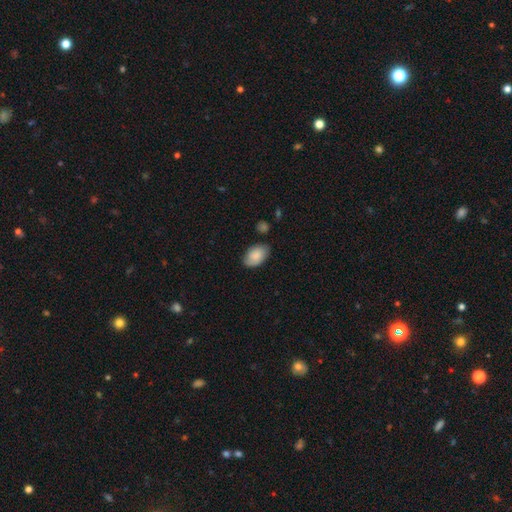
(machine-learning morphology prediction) Overall: smooth (83%). How rounded: in between (91%). Merging: none (74%).